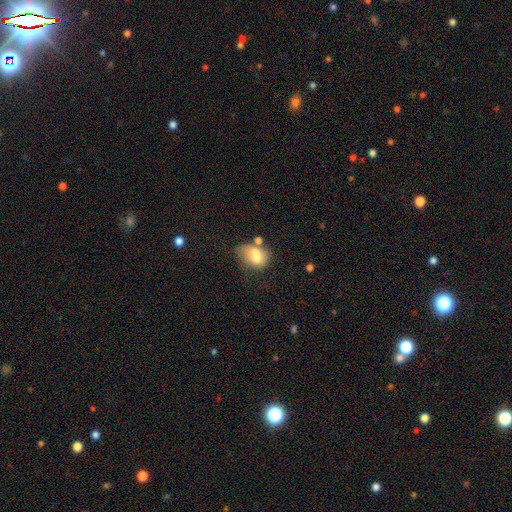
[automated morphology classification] Smooth or featured? Predicted: smooth (p=0.64). How rounded? Predicted: in between (p=0.68). Merging? Predicted: merger (p=0.34).